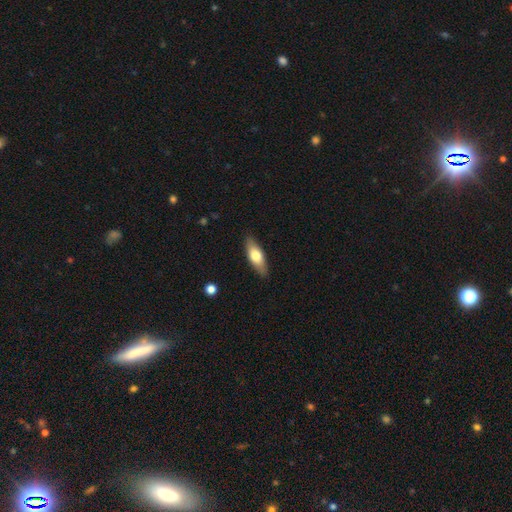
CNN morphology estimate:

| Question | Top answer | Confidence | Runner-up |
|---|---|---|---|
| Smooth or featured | smooth | 65% | featured or disk (30%) |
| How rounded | in between | 68% | cigar-shaped (29%) |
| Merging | none | 87% | minor disturbance (10%) |